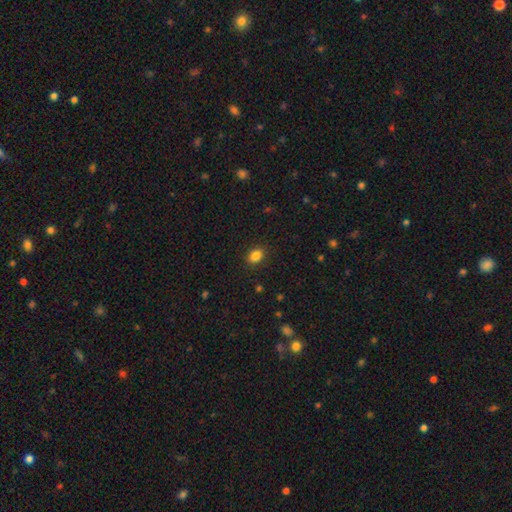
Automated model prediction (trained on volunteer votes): A smooth galaxy with no disk features (85%) that is in between round and cigar-shaped (63%).

Vote fractions:
- Smooth or featured? smooth: 85% / star or artifact: 11% / featured or disk: 5%
- How rounded? in between: 63% / round: 36% / cigar-shaped: 1%
- Merging? none: 88% / minor disturbance: 8% / major disturbance: 2% / merger: 1%